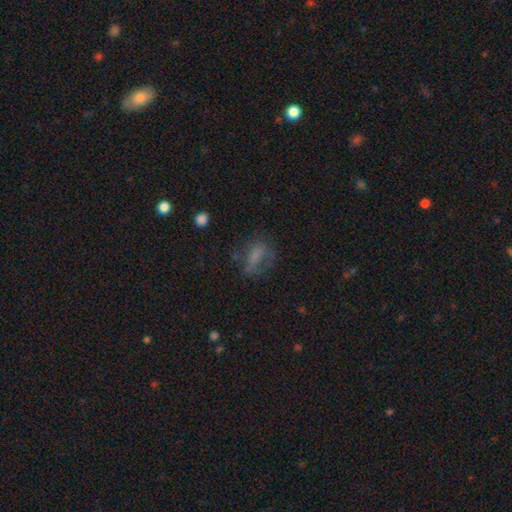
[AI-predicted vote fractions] Smooth or featured: smooth — 57% (featured or disk — 26%)
How rounded: in between — 71% (round — 22%)
Merging: none — 45% (major disturbance — 28%)